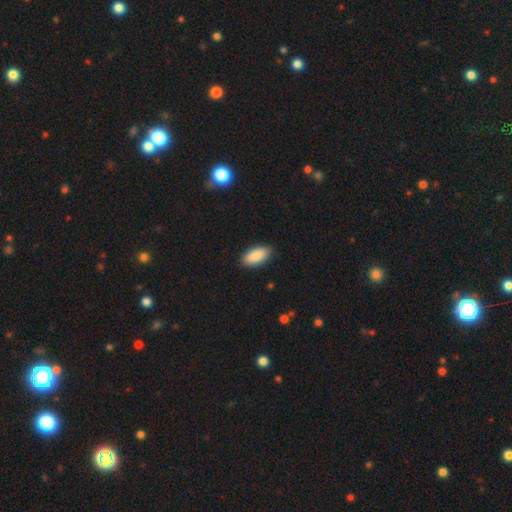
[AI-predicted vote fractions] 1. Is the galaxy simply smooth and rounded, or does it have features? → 90% smooth, 6% star or artifact, 4% featured or disk.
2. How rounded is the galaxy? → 91% in between, 7% cigar-shaped, 2% round.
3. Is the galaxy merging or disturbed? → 88% none, 9% minor disturbance, 2% major disturbance, 1% merger.